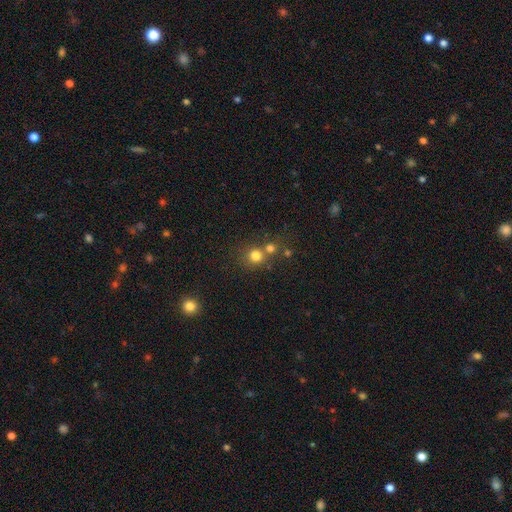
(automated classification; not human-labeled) smooth-or-featured: smooth: 77% | star or artifact: 15% | featured or disk: 8%
  how-rounded: round: 87% | in between: 12% | cigar-shaped: 1%
  merging: none: 57% | merger: 32% | minor disturbance: 7% | major disturbance: 4%